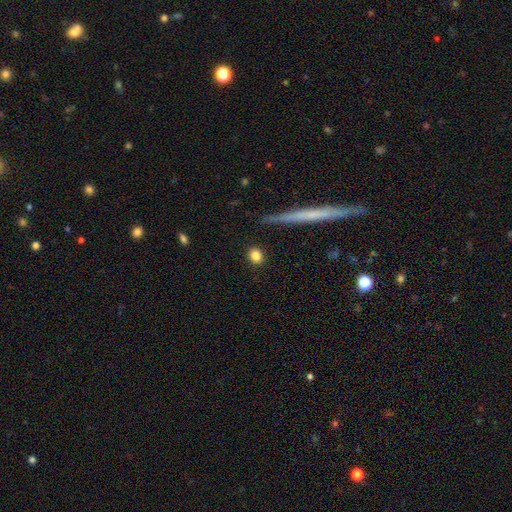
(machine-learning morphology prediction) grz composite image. It shows a smooth galaxy with no disk features (84%) that is round (49%). Merging: none (89%).